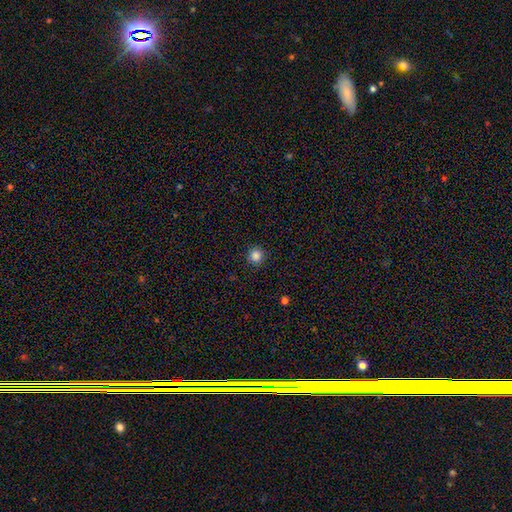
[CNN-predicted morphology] This is clearly a smooth galaxy (85%). How rounded: clearly round (95%). Merging: clearly none (91%).